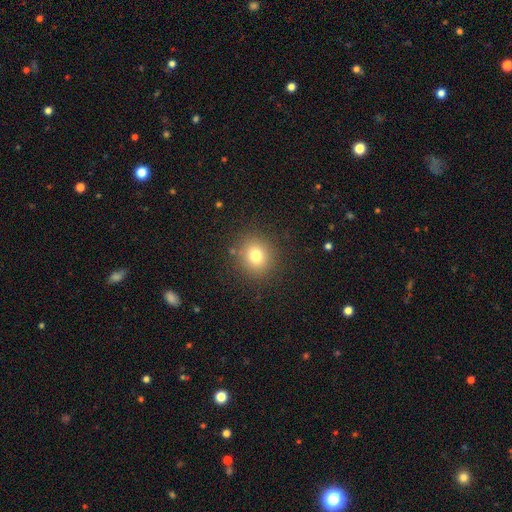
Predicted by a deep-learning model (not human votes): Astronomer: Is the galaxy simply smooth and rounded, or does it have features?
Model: smooth — 76%.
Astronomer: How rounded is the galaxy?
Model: round — 87%.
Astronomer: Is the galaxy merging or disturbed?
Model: none — 87%.